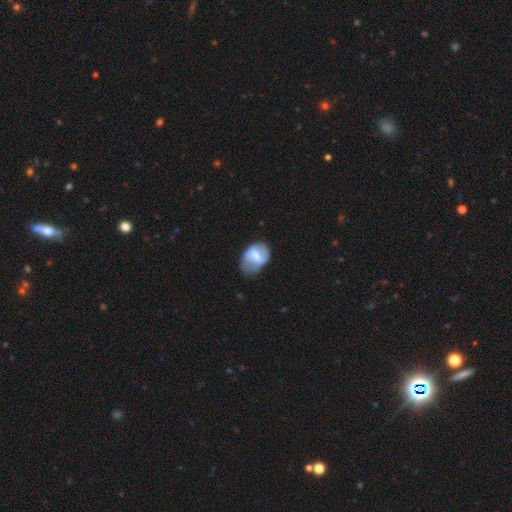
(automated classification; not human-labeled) smooth-or-featured: featured or disk: 50% | smooth: 44% | star or artifact: 6%
  merging: none: 57% | minor disturbance: 30% | major disturbance: 11% | merger: 2%